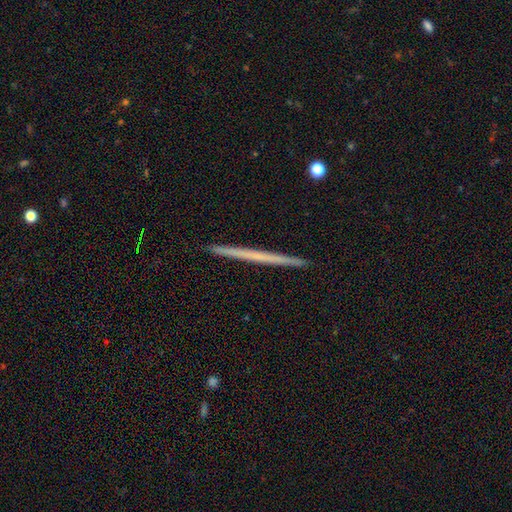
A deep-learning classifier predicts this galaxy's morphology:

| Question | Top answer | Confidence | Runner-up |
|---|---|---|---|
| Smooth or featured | featured or disk | 55% | smooth (39%) |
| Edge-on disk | yes | 98% | no (2%) |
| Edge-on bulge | none | 90% | rounded (7%) |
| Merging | none | 93% | minor disturbance (5%) |